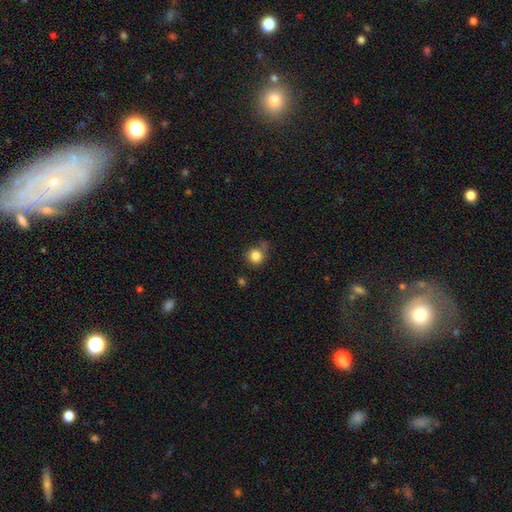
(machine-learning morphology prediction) Smooth or featured? smooth (83%)
How rounded? round (86%)
Merging? none (62%)